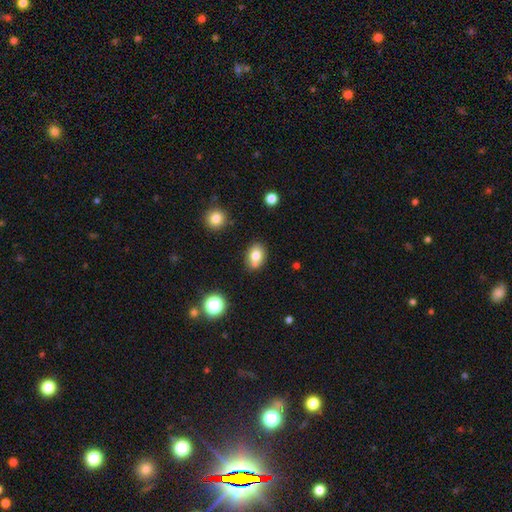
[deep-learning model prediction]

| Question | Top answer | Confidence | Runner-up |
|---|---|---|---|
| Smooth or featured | smooth | 77% | featured or disk (12%) |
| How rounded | in between | 70% | round (29%) |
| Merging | none | 66% | minor disturbance (16%) |